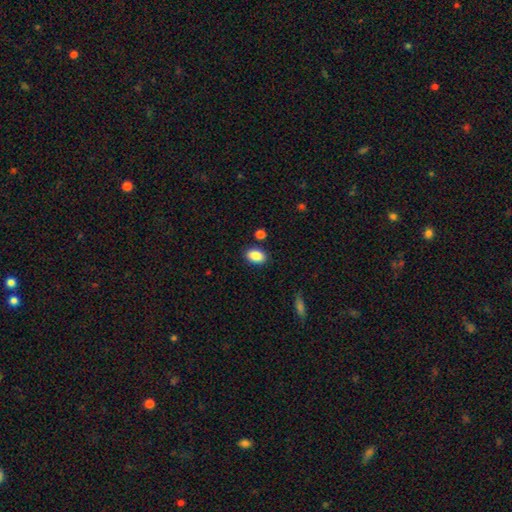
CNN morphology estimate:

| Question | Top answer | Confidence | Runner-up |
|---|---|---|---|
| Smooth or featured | smooth | 88% | star or artifact (8%) |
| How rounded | in between | 85% | round (14%) |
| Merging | none | 85% | minor disturbance (9%) |